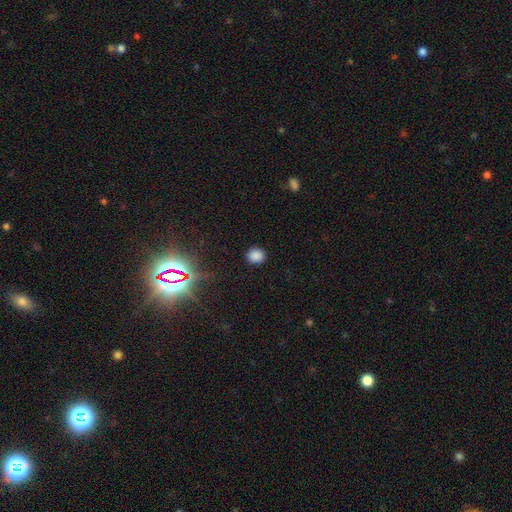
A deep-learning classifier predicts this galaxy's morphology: A smooth galaxy with no disk features (81%) that is round (77%). Merging: none (88%).